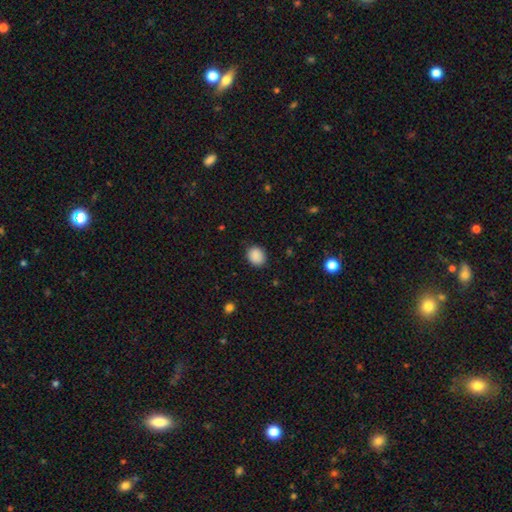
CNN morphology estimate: Smooth or featured? Predicted: smooth (p=0.89). How rounded? Predicted: round (p=0.58). Merging? Predicted: none (p=0.87).